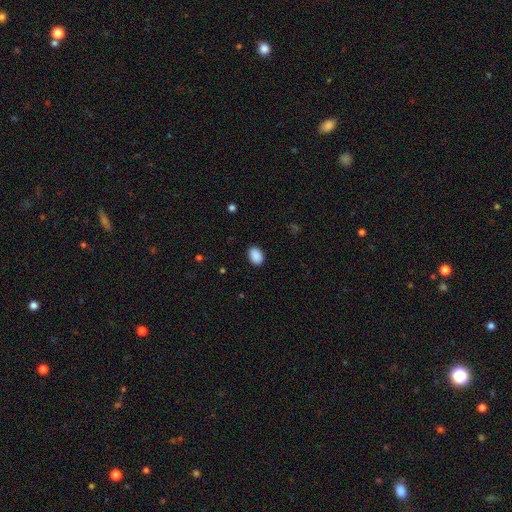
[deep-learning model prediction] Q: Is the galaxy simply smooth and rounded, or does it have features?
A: smooth — 90%.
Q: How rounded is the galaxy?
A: in between — 80%.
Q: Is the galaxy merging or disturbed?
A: none — 89%.